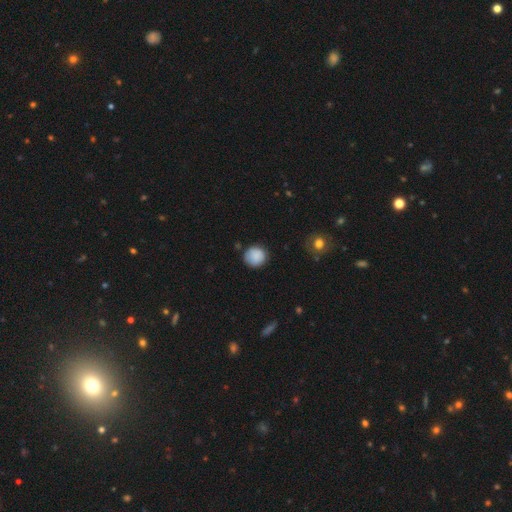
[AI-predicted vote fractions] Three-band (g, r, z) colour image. It shows a smooth galaxy with no disk features (87%) that is round (92%). Merging: none (81%).